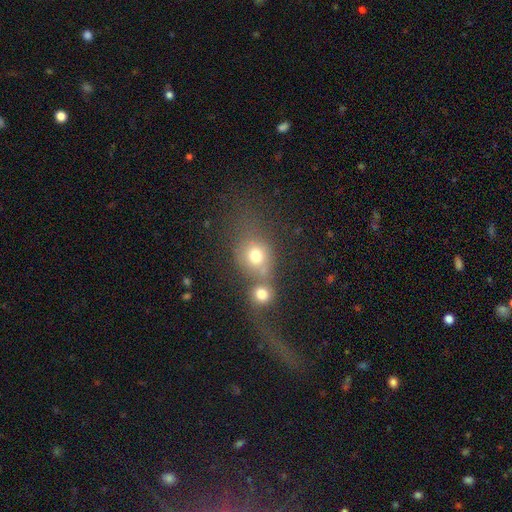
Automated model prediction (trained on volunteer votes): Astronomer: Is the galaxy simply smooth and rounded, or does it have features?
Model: smooth — 74%.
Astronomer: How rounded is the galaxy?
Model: round — 76%.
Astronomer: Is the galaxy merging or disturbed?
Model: merger — 56%.